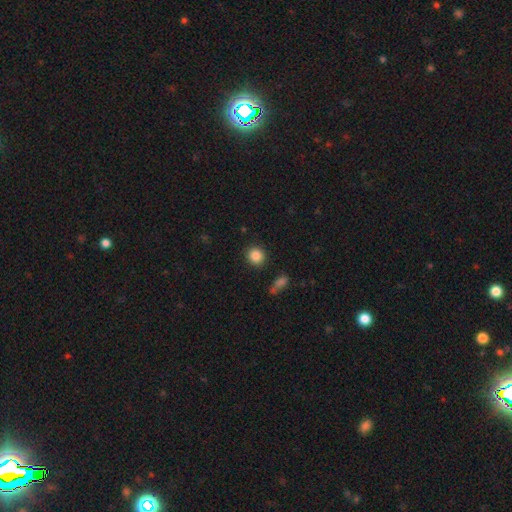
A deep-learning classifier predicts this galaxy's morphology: Smooth or featured?
  - smooth: 86% *
  - star or artifact: 10%
  - featured or disk: 4%
How rounded?
  - round: 90% *
  - in between: 9%
  - cigar-shaped: 1%
Merging?
  - none: 88% *
  - minor disturbance: 7%
  - major disturbance: 2%
  - merger: 2%